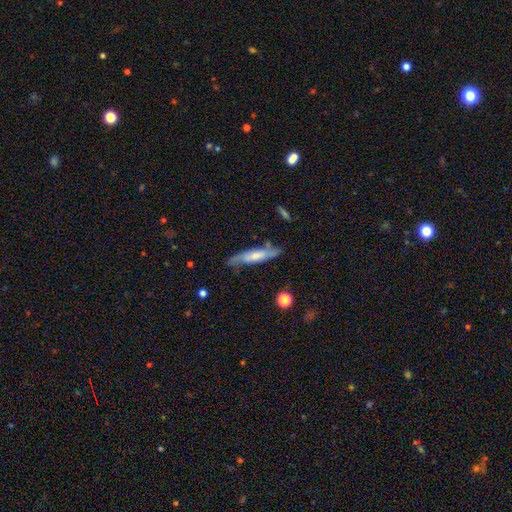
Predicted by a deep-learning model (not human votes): Smooth or featured? featured or disk (47%)
Merging? none (65%)